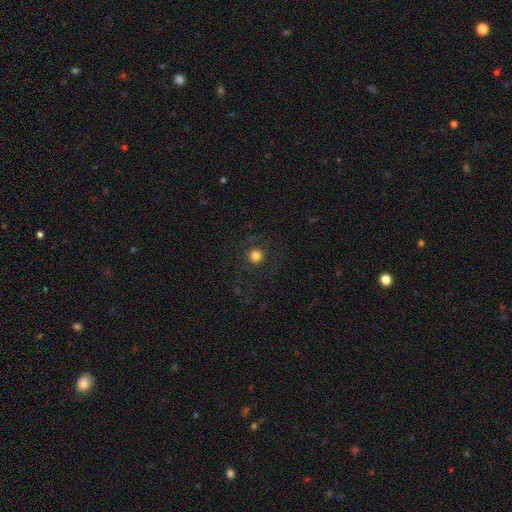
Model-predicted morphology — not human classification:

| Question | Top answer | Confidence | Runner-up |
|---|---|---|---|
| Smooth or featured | smooth | 75% | star or artifact (15%) |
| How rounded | round | 95% | in between (4%) |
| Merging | none | 85% | minor disturbance (8%) |